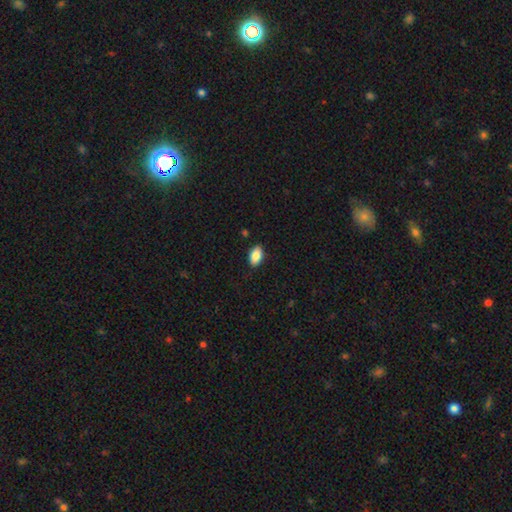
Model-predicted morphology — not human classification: This is clearly a smooth galaxy (88%). How rounded: clearly in between (92%). Merging: clearly none (87%).